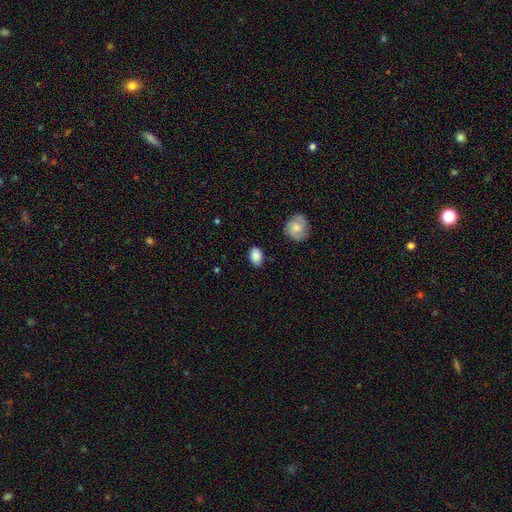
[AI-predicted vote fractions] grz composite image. It shows a smooth galaxy with no disk features (88%) that is in between round and cigar-shaped (79%). Merging: none (81%).